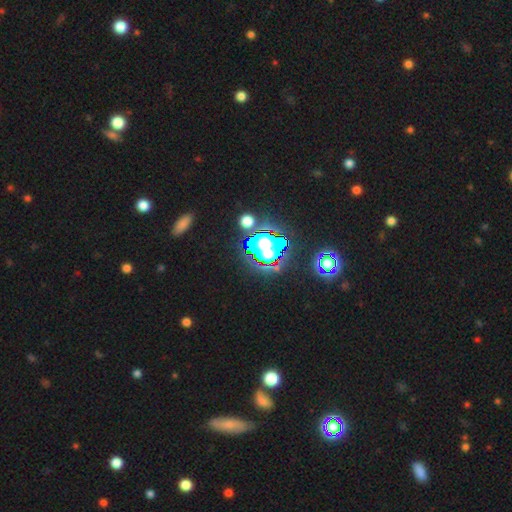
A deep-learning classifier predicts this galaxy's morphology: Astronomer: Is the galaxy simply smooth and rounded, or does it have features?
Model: star or artifact — 80%.